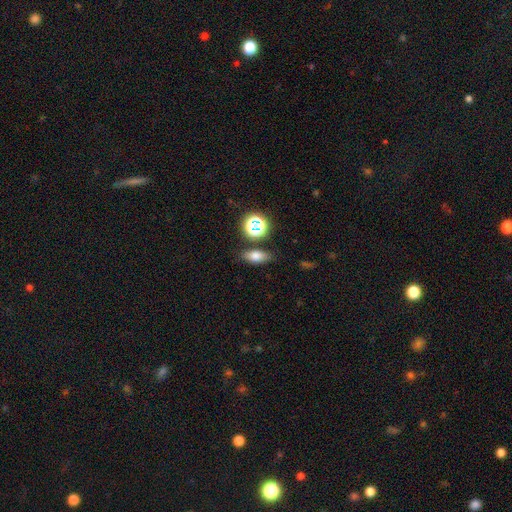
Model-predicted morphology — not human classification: Smooth or featured? smooth (71%)
How rounded? in between (72%)
Merging? none (79%)